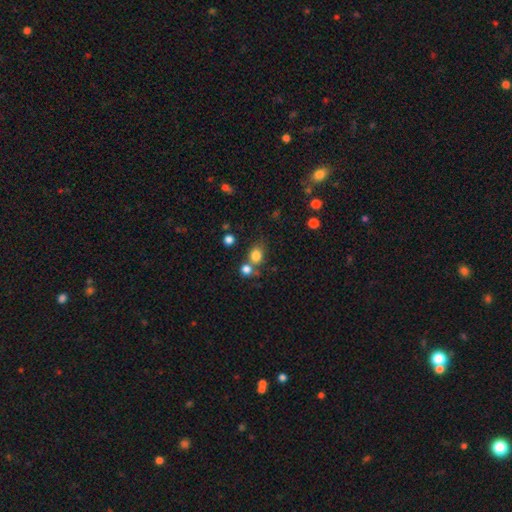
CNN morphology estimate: smooth-or-featured: smooth: 80% | star or artifact: 13% | featured or disk: 8%
  how-rounded: round: 68% | in between: 31% | cigar-shaped: 1%
  merging: none: 53% | merger: 29% | minor disturbance: 12% | major disturbance: 5%